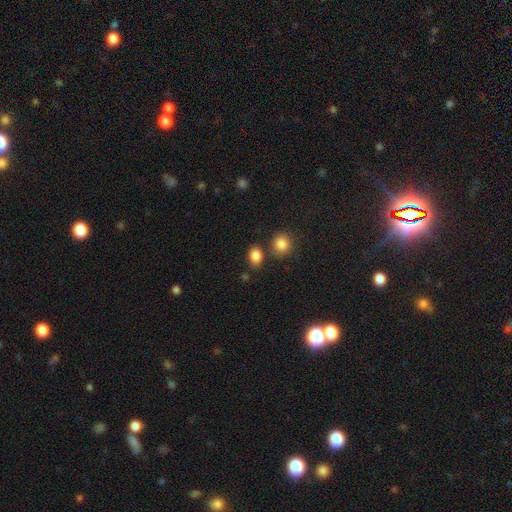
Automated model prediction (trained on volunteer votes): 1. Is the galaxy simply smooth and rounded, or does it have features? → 85% smooth, 10% star or artifact, 4% featured or disk.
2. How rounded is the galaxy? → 71% in between, 28% round, 1% cigar-shaped.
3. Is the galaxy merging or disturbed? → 74% none, 12% minor disturbance, 11% merger, 3% major disturbance.